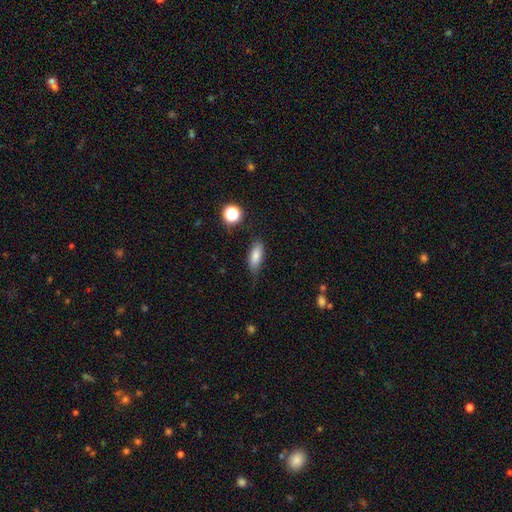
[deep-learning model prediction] smooth-or-featured: smooth: 80% | featured or disk: 11% | star or artifact: 9%
  how-rounded: in between: 74% | cigar-shaped: 22% | round: 4%
  merging: none: 69% | minor disturbance: 23% | major disturbance: 6% | merger: 2%